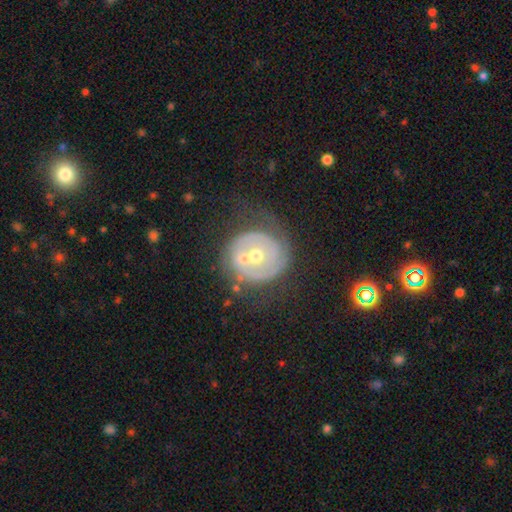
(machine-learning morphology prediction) Q: Smooth or featured?
A: featured or disk (70%); runner-up: smooth (23%)
Q: Edge-on disk?
A: no (97%); runner-up: yes (3%)
Q: Bar?
A: no (81%); runner-up: weak (15%)
Q: Spiral arms?
A: yes (61%); runner-up: no (39%)
Q: Bulge size?
A: moderate (64%); runner-up: small (30%)
Q: Merging?
A: none (43%); runner-up: merger (22%)